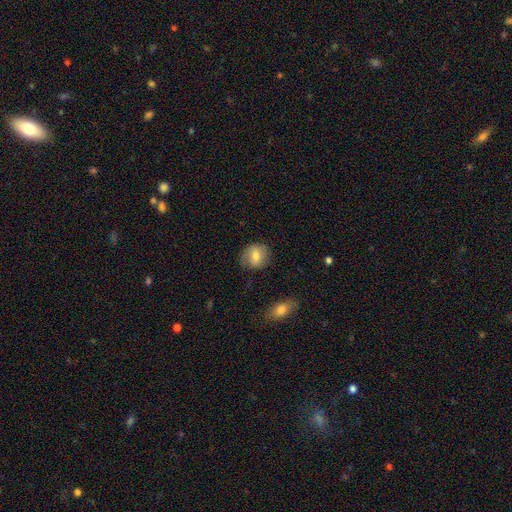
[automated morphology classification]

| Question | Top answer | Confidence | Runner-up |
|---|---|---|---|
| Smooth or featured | smooth | 71% | featured or disk (21%) |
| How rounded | round | 76% | in between (23%) |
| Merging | none | 76% | minor disturbance (18%) |